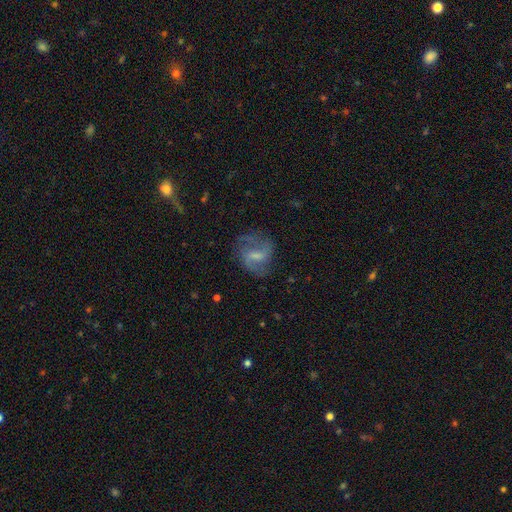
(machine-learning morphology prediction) Smooth or featured? Predicted: featured or disk (p=0.73). Edge-on disk? Predicted: no (p=0.96). Bar? Predicted: weak (p=0.53). Spiral arms? Predicted: yes (p=0.91). Spiral winding? Predicted: medium (p=0.47). Spiral arm count? Predicted: 2 (p=0.75). Bulge size? Predicted: small (p=0.41). Merging? Predicted: none (p=0.71).